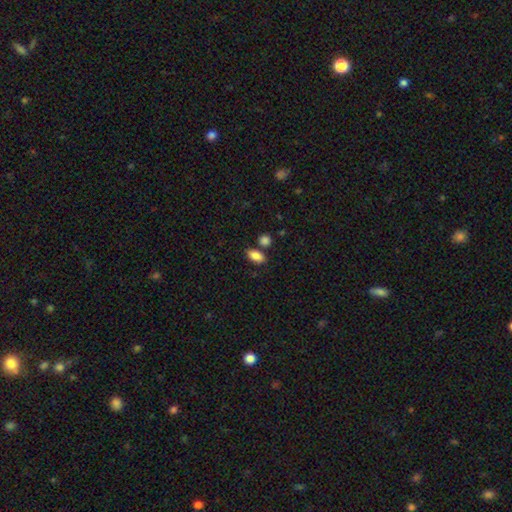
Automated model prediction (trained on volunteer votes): A smooth galaxy with no disk features (86%) that is in between round and cigar-shaped (90%).

Vote fractions:
- Smooth or featured? smooth: 86% / star or artifact: 8% / featured or disk: 6%
- How rounded? in between: 90% / round: 6% / cigar-shaped: 4%
- Merging? none: 73% / merger: 12% / minor disturbance: 11% / major disturbance: 3%